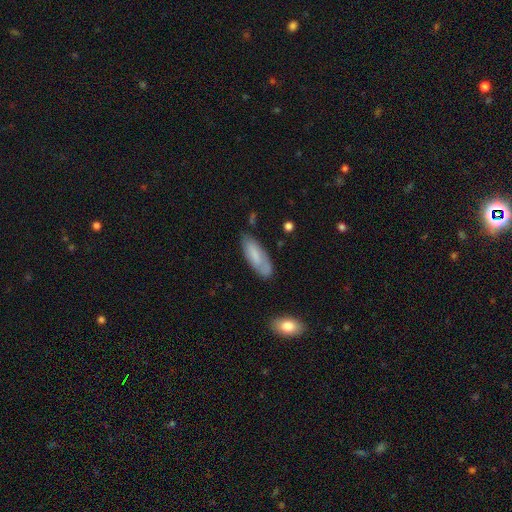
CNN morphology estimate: type=smooth (67%); roundness=in between (66%); merging=none (68%).